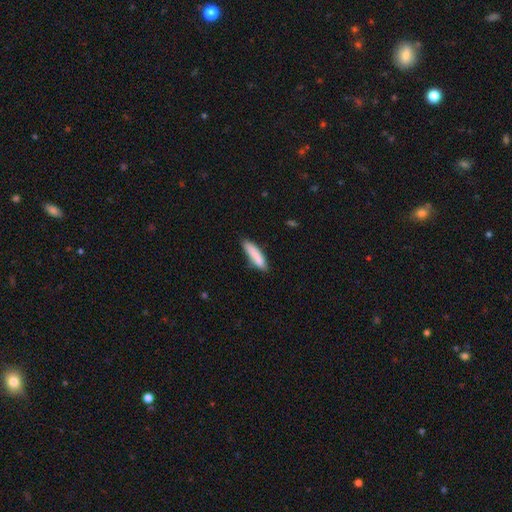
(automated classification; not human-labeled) Overall: smooth (85%). How rounded: cigar-shaped (75%). Merging: none (74%).